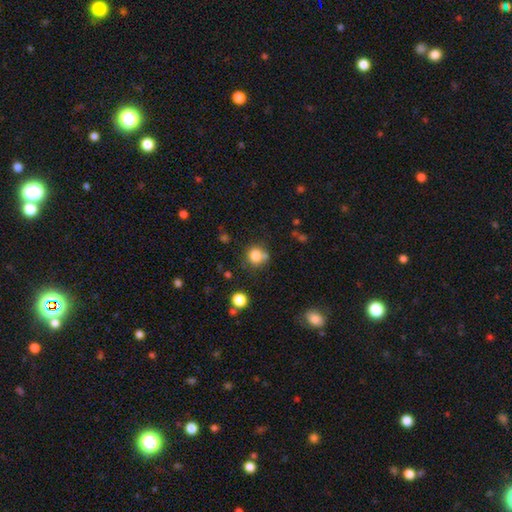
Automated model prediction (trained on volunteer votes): smooth_or_featured: smooth (p=0.80) [alt: star or artifact p=0.12]
how_rounded: round (p=0.86) [alt: in between p=0.13]
merging: none (p=0.64) [alt: merger p=0.18]